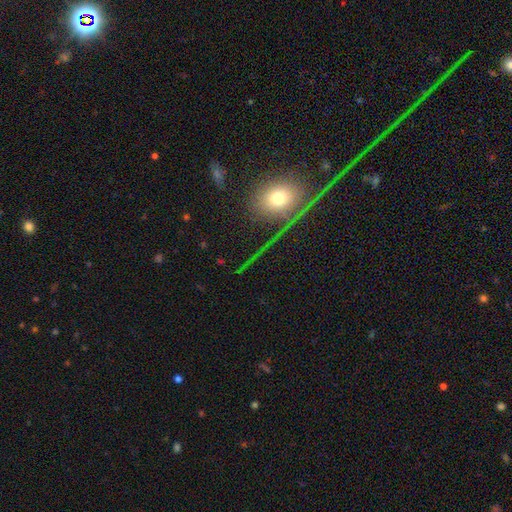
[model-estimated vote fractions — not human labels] smooth 38%, featured or disk 34%, star or artifact 28%. Down the decision tree: merging — none (53%).